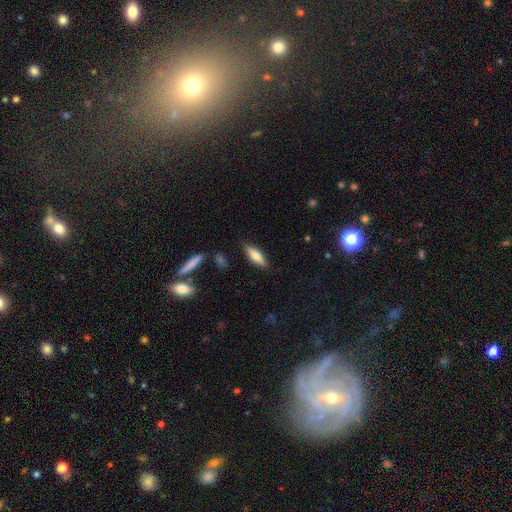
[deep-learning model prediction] Smooth or featured? smooth (72%)
How rounded? in between (51%)
Merging? none (84%)